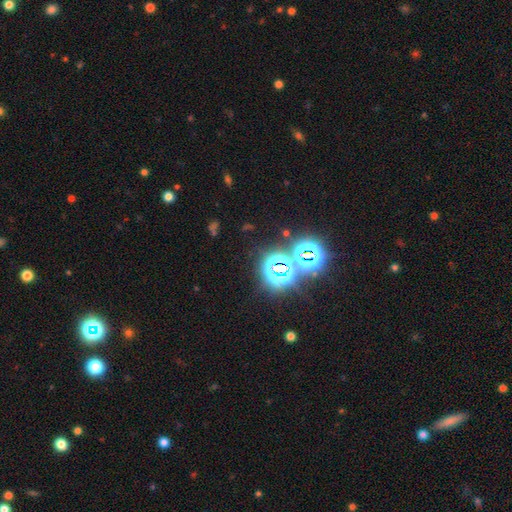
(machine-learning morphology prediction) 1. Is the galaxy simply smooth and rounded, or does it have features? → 76% star or artifact, 17% smooth, 7% featured or disk.